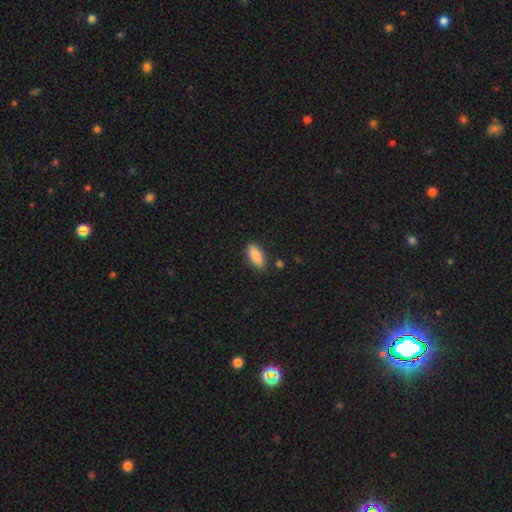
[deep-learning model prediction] A smooth galaxy with no disk features (87%) that is in between round and cigar-shaped (82%).

Vote fractions:
- Smooth or featured? smooth: 87% / star or artifact: 7% / featured or disk: 6%
- How rounded? in between: 82% / cigar-shaped: 16% / round: 2%
- Merging? none: 81% / minor disturbance: 14% / major disturbance: 3% / merger: 3%